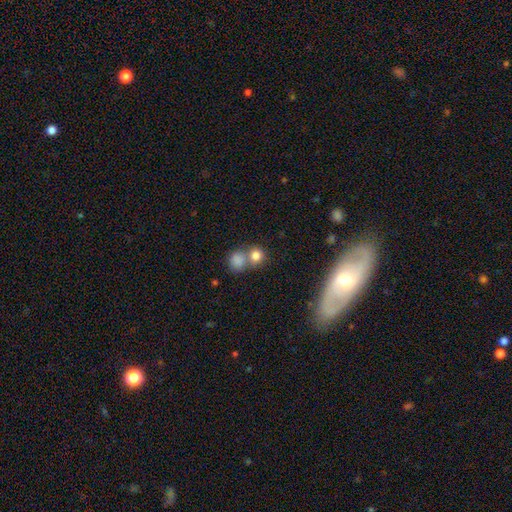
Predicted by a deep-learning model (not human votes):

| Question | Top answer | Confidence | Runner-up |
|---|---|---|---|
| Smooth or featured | smooth | 80% | star or artifact (12%) |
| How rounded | round | 85% | in between (14%) |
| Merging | none | 49% | merger (39%) |